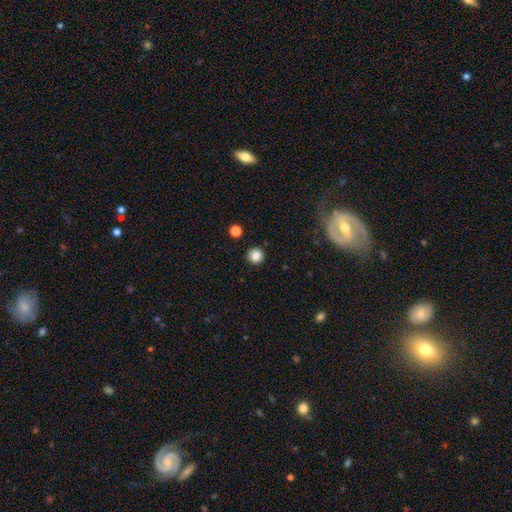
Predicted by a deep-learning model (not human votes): A smooth galaxy with no disk features (85%) that is round (95%). Merging: none (92%).